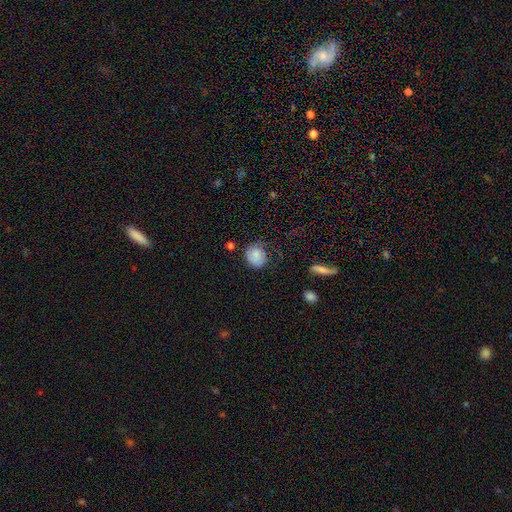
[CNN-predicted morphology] Smooth or featured? Predicted: smooth (p=0.79). How rounded? Predicted: round (p=0.71). Merging? Predicted: none (p=0.64).